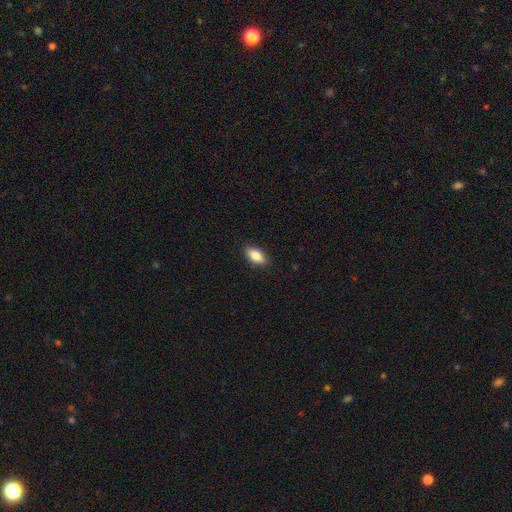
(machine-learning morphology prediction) This is clearly a smooth galaxy (85%). How rounded: clearly in between (88%). Merging: clearly none (88%).